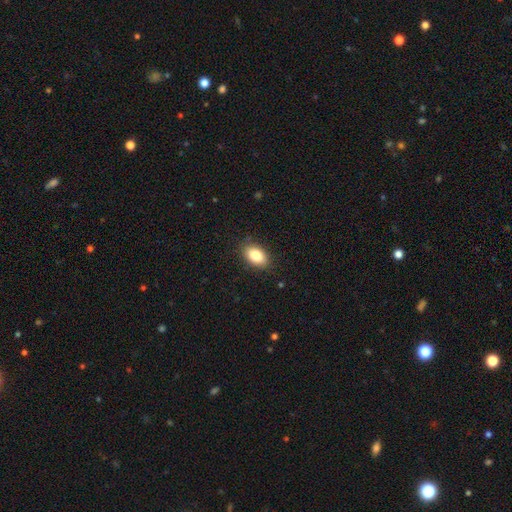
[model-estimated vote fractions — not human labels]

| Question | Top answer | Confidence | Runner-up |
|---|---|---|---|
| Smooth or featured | smooth | 84% | featured or disk (8%) |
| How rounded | in between | 90% | round (9%) |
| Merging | none | 86% | minor disturbance (11%) |